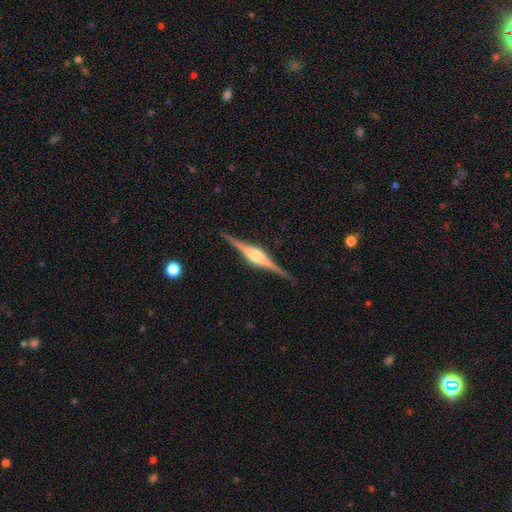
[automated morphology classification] Smooth or featured? featured or disk (87%)
Edge-on disk? yes (98%)
Edge-on bulge? rounded (81%)
Merging? none (89%)